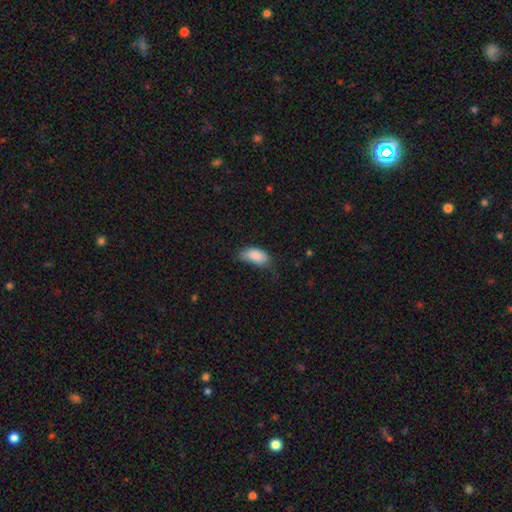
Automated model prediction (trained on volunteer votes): Q: Smooth or featured?
A: smooth (86%); runner-up: star or artifact (7%)
Q: How rounded?
A: in between (93%); runner-up: cigar-shaped (4%)
Q: Merging?
A: none (44%); runner-up: minor disturbance (41%)